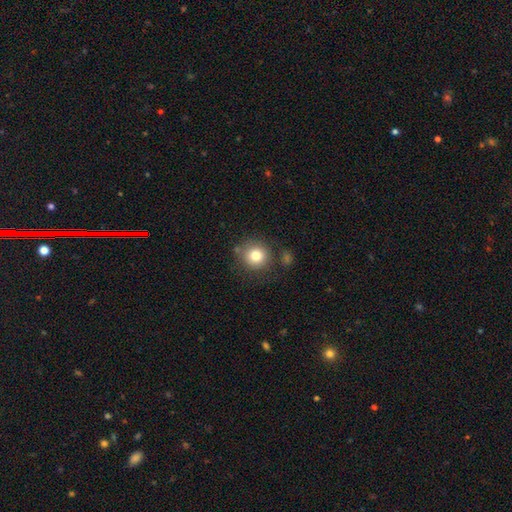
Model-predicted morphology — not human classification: Overall: smooth (79%). How rounded: round (93%). Merging: none (78%).